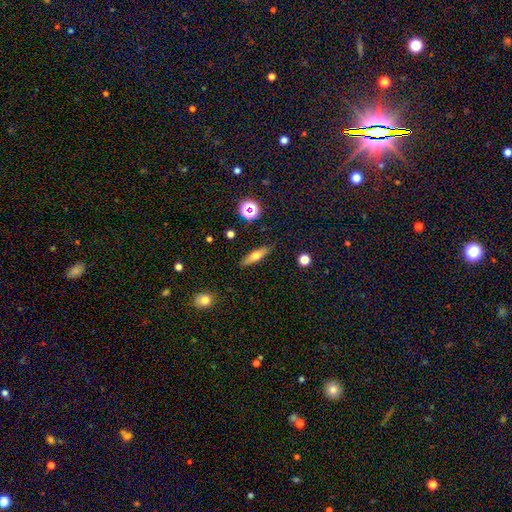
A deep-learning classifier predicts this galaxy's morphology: smooth-or-featured: smooth: 53% | featured or disk: 38% | star or artifact: 9%
  how-rounded: cigar-shaped: 64% | in between: 31% | round: 4%
  merging: none: 88% | minor disturbance: 9% | major disturbance: 2% | merger: 1%